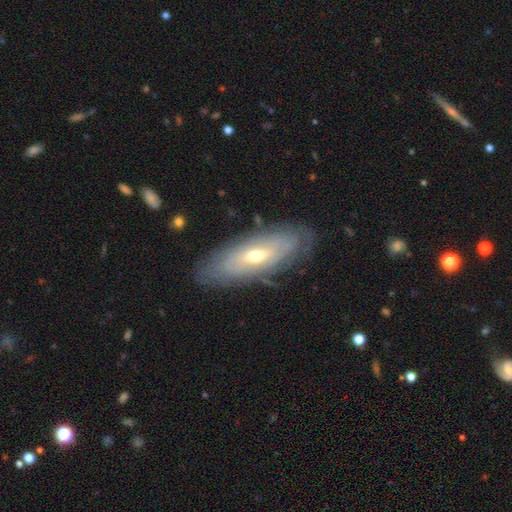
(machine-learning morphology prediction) featured or disk 66%, smooth 27%, star or artifact 7%. Down the decision tree: edge-on disk — no (76%); bar — no (63%); spiral arms — yes (57%); bulge size — moderate (55%); merging — none (78%).